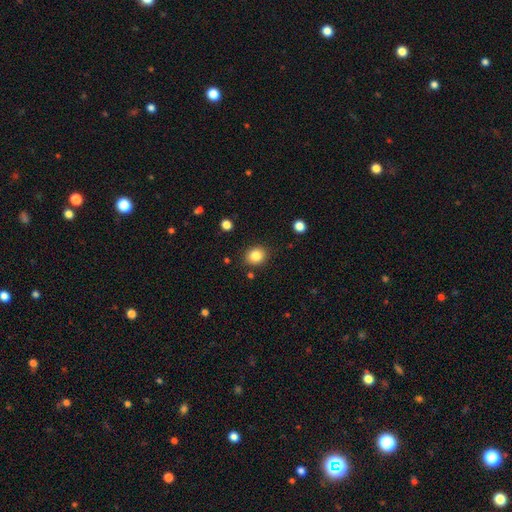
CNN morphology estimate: type=smooth (84%); roundness=round (71%); merging=none (87%).